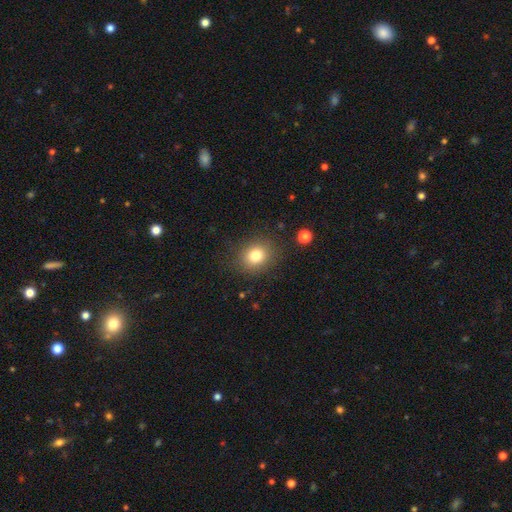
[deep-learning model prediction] smooth 79%, star or artifact 12%, featured or disk 9%. Down the decision tree: how rounded — round (66%); merging — none (84%).